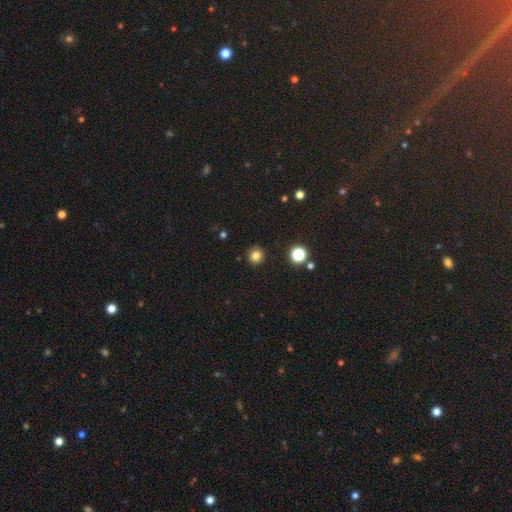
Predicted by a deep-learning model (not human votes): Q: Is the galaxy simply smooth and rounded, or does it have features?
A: smooth — 80%.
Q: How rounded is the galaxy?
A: round — 93%.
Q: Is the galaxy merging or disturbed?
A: none — 91%.